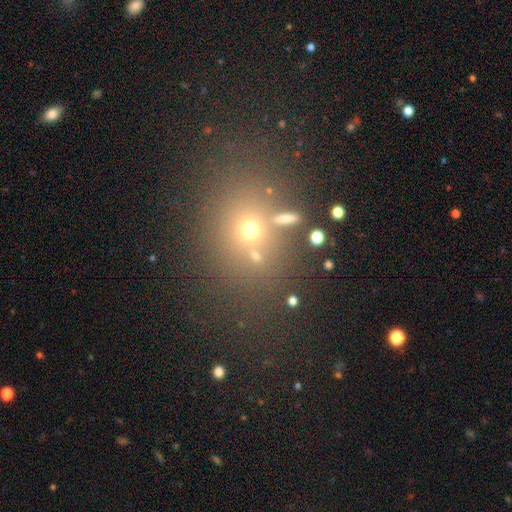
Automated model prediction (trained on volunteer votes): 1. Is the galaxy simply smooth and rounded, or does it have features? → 61% smooth, 26% star or artifact, 12% featured or disk.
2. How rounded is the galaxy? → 67% round, 30% in between, 3% cigar-shaped.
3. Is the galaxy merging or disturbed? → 68% none, 16% merger, 11% minor disturbance, 6% major disturbance.